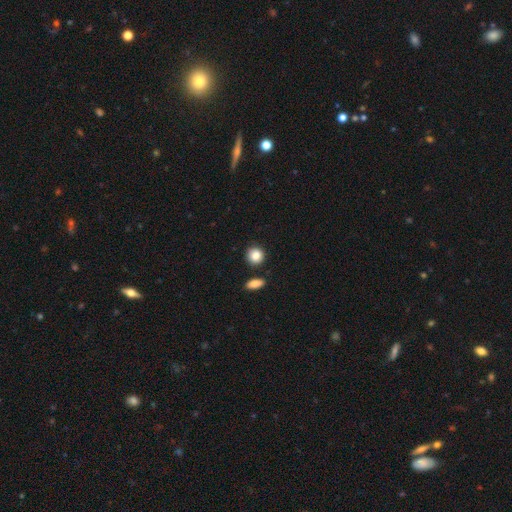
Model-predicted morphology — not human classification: Smooth or featured: smooth — 85% (star or artifact — 8%)
How rounded: round — 86% (in between — 13%)
Merging: none — 83% (minor disturbance — 9%)